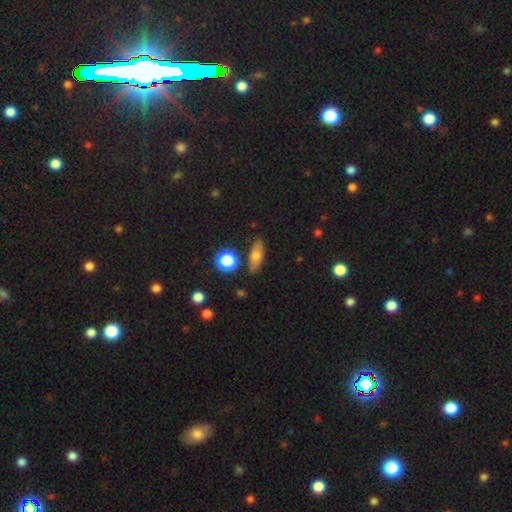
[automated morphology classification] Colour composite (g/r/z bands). It shows a smooth galaxy with no disk features (67%) that is in between round and cigar-shaped (68%). Merging: none (82%).